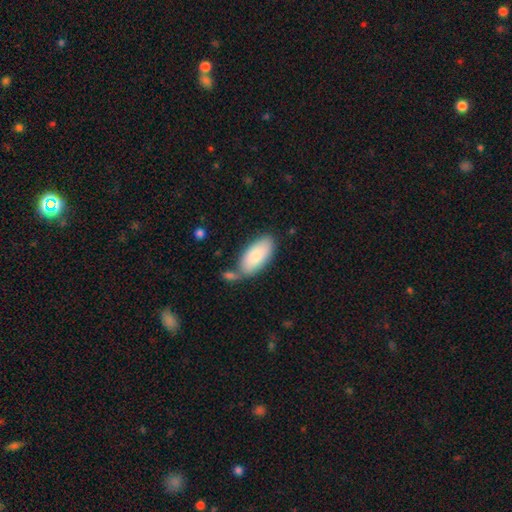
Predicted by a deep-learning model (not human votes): Smooth or featured? smooth (83%)
How rounded? in between (92%)
Merging? none (61%)